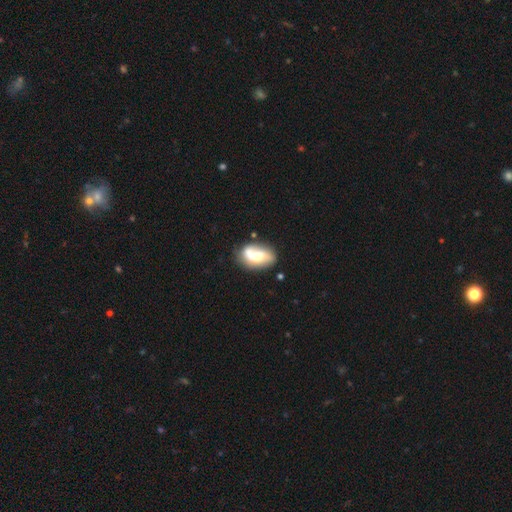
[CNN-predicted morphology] Overall: smooth (47%; featured or disk 46%). Merging: none (56%; minor disturbance 24%).